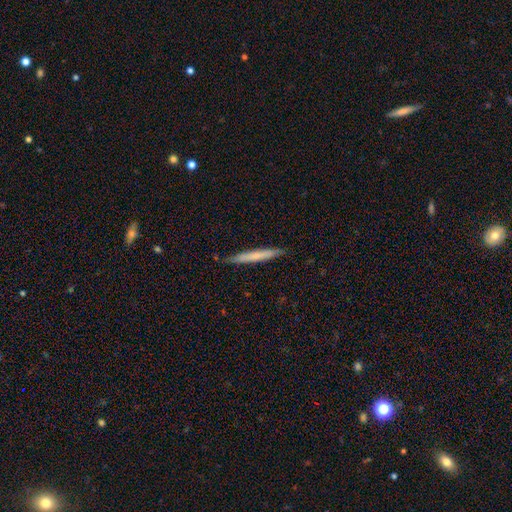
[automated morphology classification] Overall: smooth (64%; featured or disk 31%). How rounded: cigar-shaped (97%). Merging: none (89%).